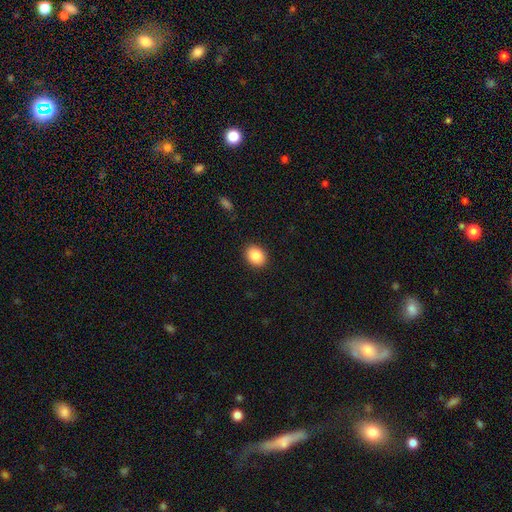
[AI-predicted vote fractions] smooth_or_featured: smooth (p=0.88) [alt: star or artifact p=0.08]
how_rounded: in between (p=0.56) [alt: round p=0.43]
merging: none (p=0.89) [alt: minor disturbance p=0.08]